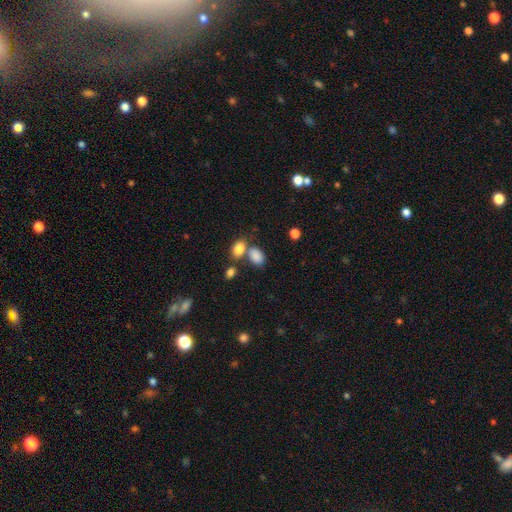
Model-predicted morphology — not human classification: Overall: smooth (85%). How rounded: in between (85%). Merging: none (46%; merger 36%).